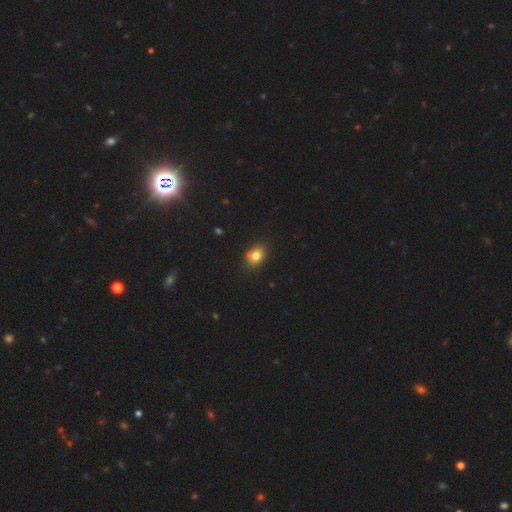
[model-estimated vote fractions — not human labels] Smooth or featured?
  - smooth: 81% *
  - star or artifact: 11%
  - featured or disk: 8%
How rounded?
  - in between: 57% *
  - round: 42%
  - cigar-shaped: 1%
Merging?
  - none: 80% *
  - minor disturbance: 15%
  - major disturbance: 3%
  - merger: 2%